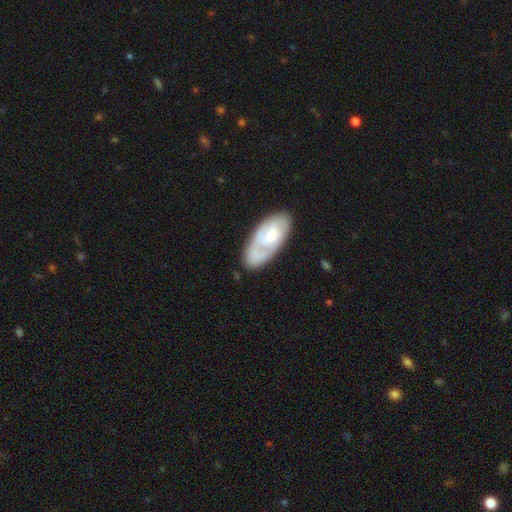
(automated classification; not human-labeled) Morphology: type=featured or disk (49%); merging=none (63%).